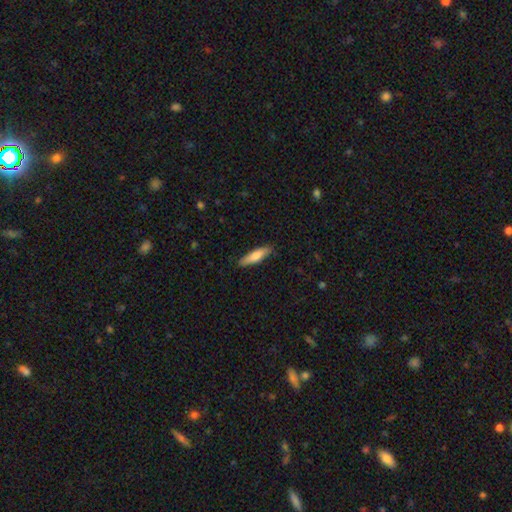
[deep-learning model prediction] smooth_or_featured: smooth (p=0.76) [alt: featured or disk p=0.19]
how_rounded: cigar-shaped (p=0.69) [alt: in between p=0.29]
merging: none (p=0.87) [alt: minor disturbance p=0.10]